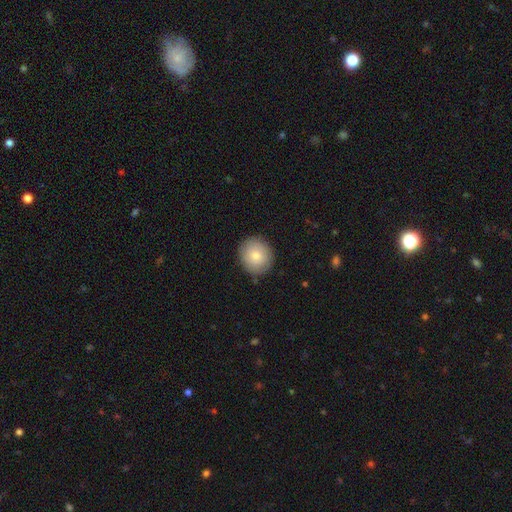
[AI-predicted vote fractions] Q: Smooth or featured?
A: smooth (79%); runner-up: featured or disk (14%)
Q: How rounded?
A: round (83%); runner-up: in between (16%)
Q: Merging?
A: none (86%); runner-up: minor disturbance (11%)